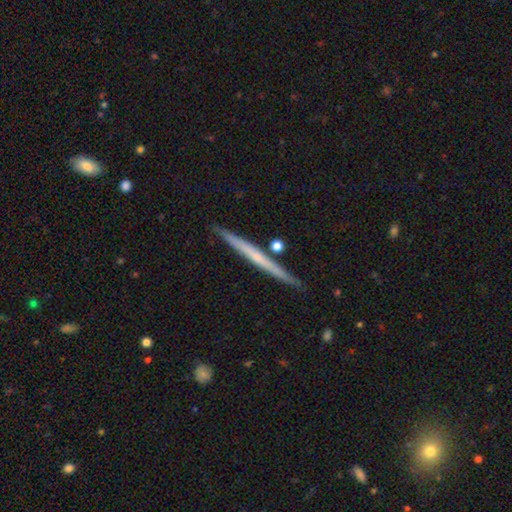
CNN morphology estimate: Smooth or featured? featured or disk (55%)
Edge-on disk? yes (97%)
Edge-on bulge? none (79%)
Merging? none (87%)